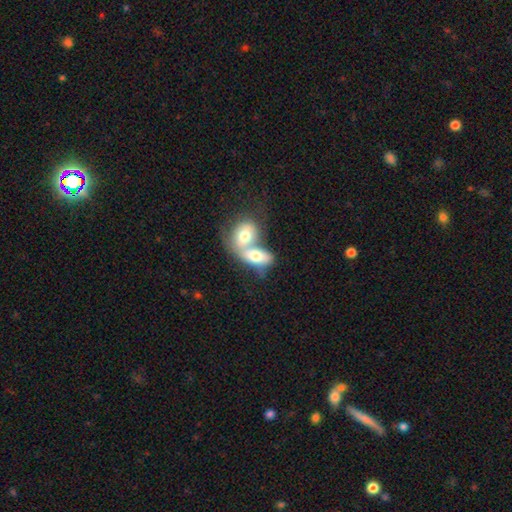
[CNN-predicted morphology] Smooth or featured?
  - smooth: 66% *
  - featured or disk: 28%
  - star or artifact: 6%
How rounded?
  - in between: 82% *
  - round: 13%
  - cigar-shaped: 5%
Merging?
  - merger: 77% *
  - none: 13%
  - minor disturbance: 5%
  - major disturbance: 5%